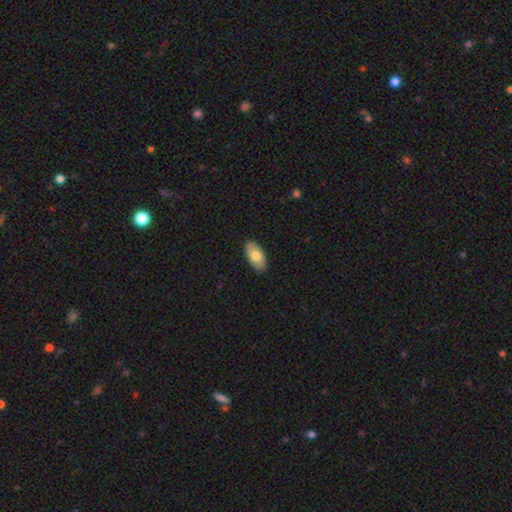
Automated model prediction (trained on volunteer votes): Smooth or featured? Predicted: smooth (p=0.74). How rounded? Predicted: in between (p=0.94). Merging? Predicted: none (p=0.89).